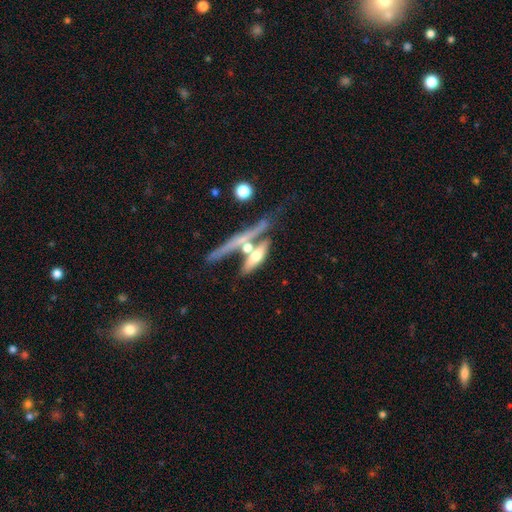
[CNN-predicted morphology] Q: Smooth or featured?
A: featured or disk (50%); runner-up: smooth (42%)
Q: Edge-on disk?
A: yes (80%); runner-up: no (20%)
Q: Merging?
A: none (41%); runner-up: merger (39%)